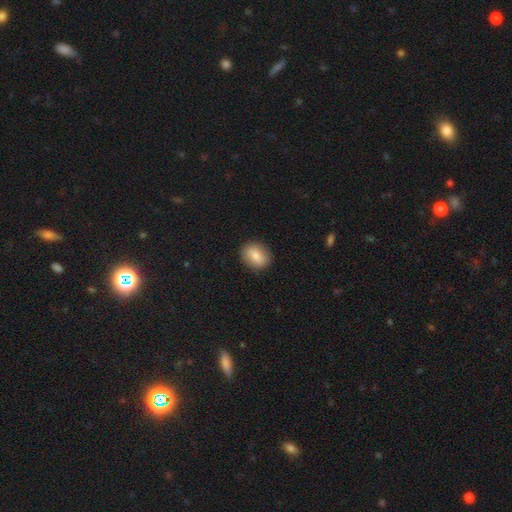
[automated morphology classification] Smooth or featured? Predicted: smooth (p=0.78). How rounded? Predicted: in between (p=0.53). Merging? Predicted: none (p=0.88).